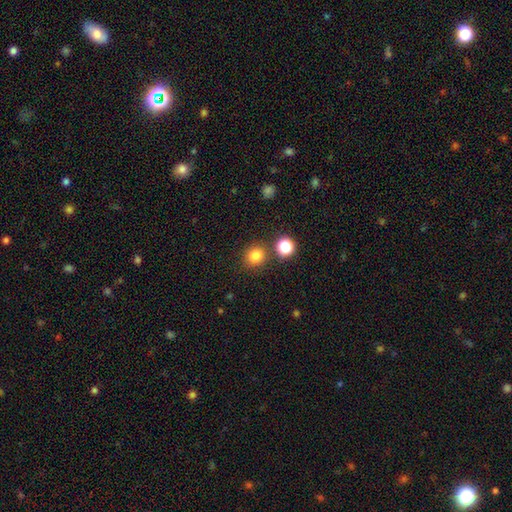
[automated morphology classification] The model was most divided on "smooth or featured": smooth: 81%, star or artifact: 14%, featured or disk: 5%. More confident: how rounded — round (86%); merging — none (82%).